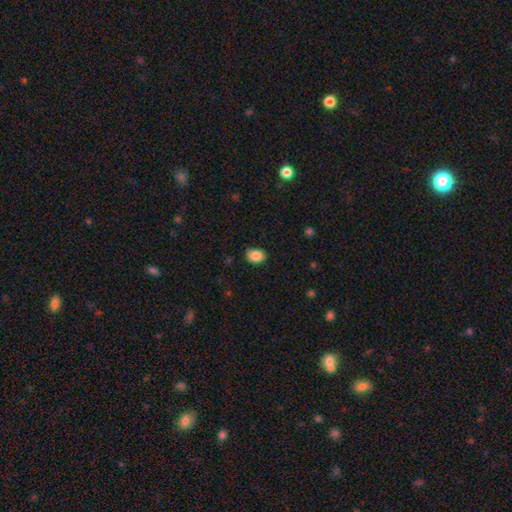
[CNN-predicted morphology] This is clearly a smooth galaxy (87%). How rounded: likely in between (66%). Merging: clearly none (85%).